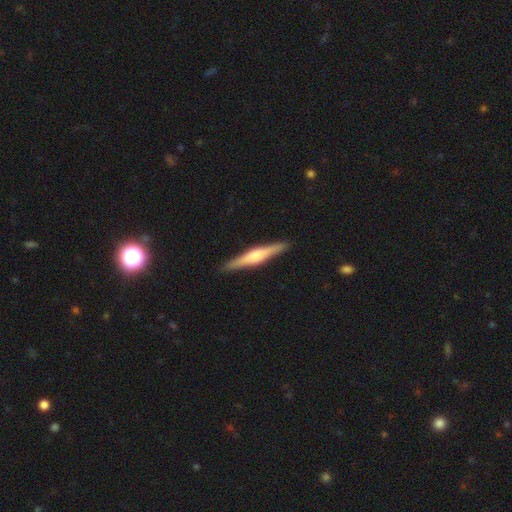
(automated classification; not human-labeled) featured or disk 65%, smooth 30%, star or artifact 5%. Down the decision tree: edge-on disk — yes (98%); edge-on bulge — rounded (73%); merging — none (92%).